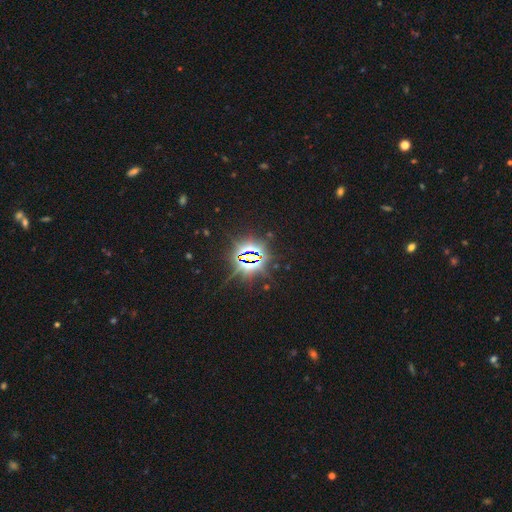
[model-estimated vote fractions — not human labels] This appears to be a star or artifact, not a galaxy (84%).